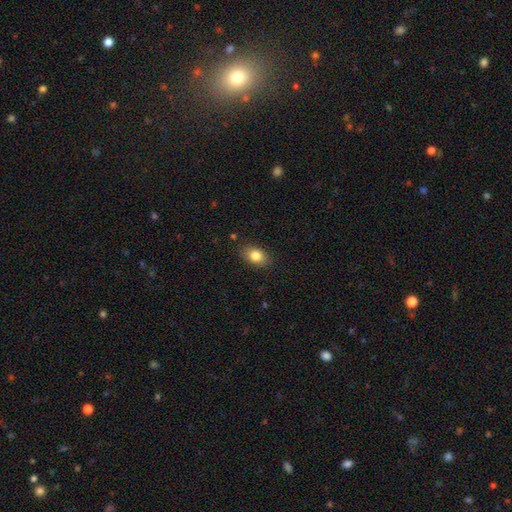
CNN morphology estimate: Smooth or featured? smooth (81%)
How rounded? in between (84%)
Merging? none (86%)